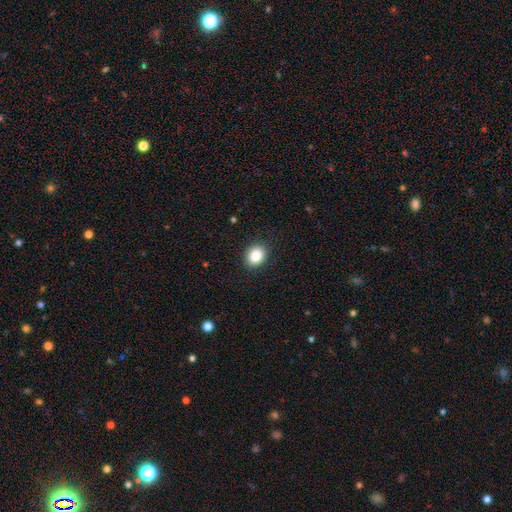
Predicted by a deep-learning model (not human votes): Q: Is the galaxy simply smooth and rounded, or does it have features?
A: smooth — 86%.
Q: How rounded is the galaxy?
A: round — 53%.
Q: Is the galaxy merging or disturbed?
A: none — 88%.